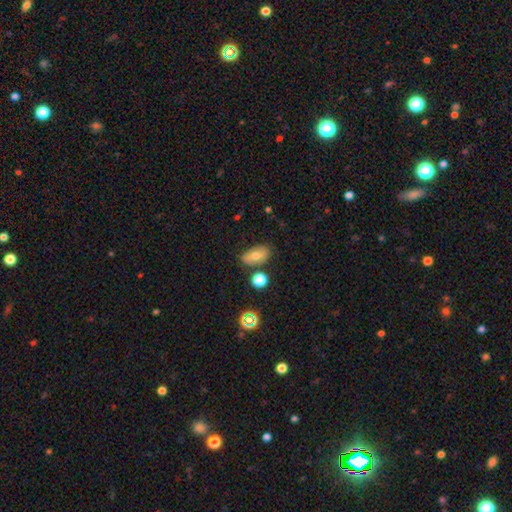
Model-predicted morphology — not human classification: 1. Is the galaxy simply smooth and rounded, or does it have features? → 68% smooth, 18% featured or disk, 14% star or artifact.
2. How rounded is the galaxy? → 87% in between, 9% round, 3% cigar-shaped.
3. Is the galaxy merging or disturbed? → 77% none, 13% minor disturbance, 6% merger, 3% major disturbance.